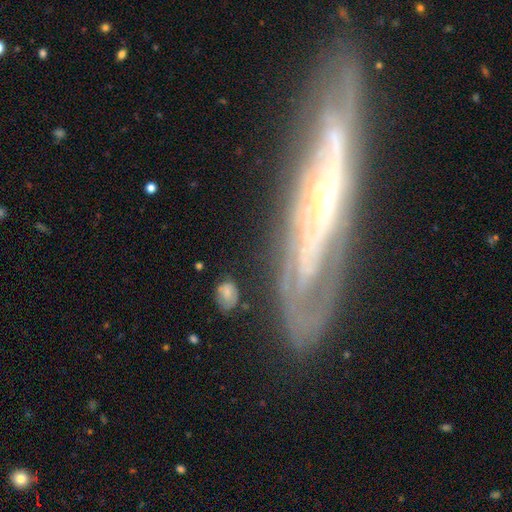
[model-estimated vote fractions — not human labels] Smooth or featured? featured or disk (82%)
Edge-on disk? no (61%)
Bar? no (66%)
Spiral arms? yes (78%)
Bulge size? small (69%)
Merging? none (77%)